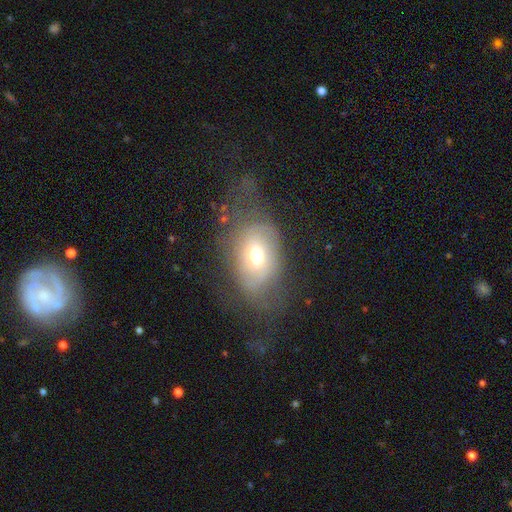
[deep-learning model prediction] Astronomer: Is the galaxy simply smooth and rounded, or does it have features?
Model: smooth — 52% (runner-up: featured or disk, 38%).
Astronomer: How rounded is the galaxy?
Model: in between — 78%.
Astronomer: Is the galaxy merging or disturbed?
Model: none — 41% (runner-up: major disturbance, 31%).